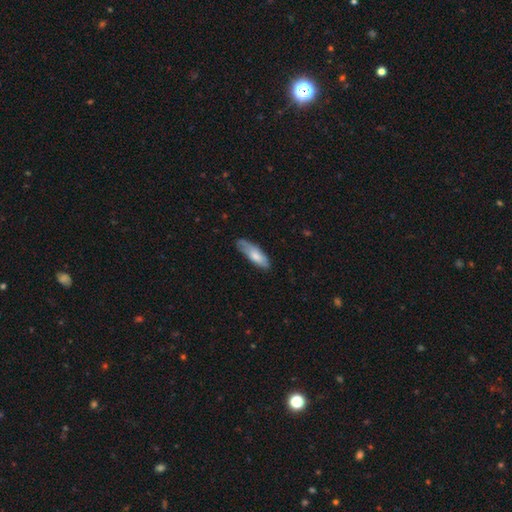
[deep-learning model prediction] smooth-or-featured: smooth: 72% | featured or disk: 22% | star or artifact: 6%
  how-rounded: in between: 55% | cigar-shaped: 43% | round: 2%
  merging: none: 62% | minor disturbance: 29% | major disturbance: 7% | merger: 2%